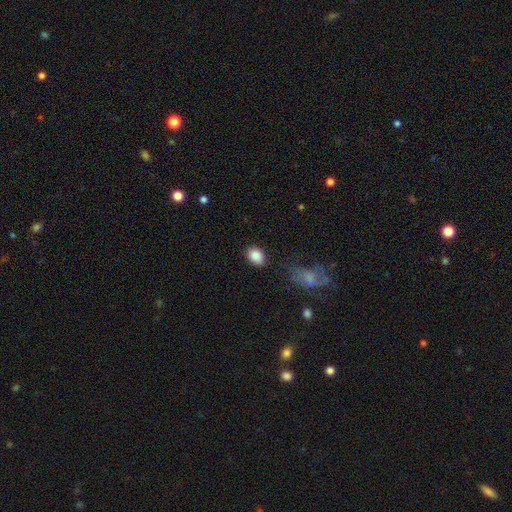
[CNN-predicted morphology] Q: Smooth or featured?
A: smooth (88%); runner-up: star or artifact (8%)
Q: How rounded?
A: in between (67%); runner-up: round (32%)
Q: Merging?
A: none (81%); runner-up: minor disturbance (13%)